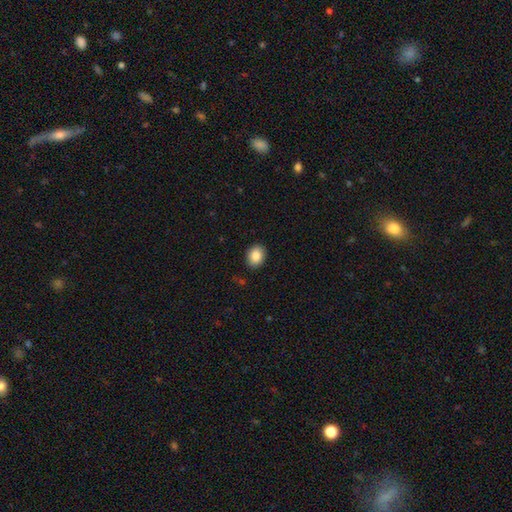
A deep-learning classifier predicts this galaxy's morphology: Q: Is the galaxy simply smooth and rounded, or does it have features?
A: smooth — 87%.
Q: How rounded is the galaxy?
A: in between — 60%.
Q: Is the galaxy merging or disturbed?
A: none — 88%.